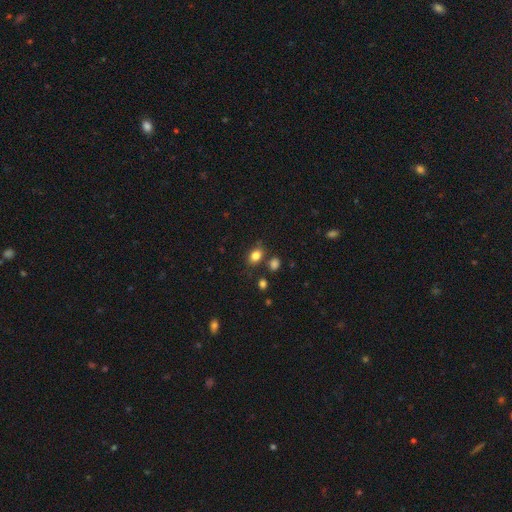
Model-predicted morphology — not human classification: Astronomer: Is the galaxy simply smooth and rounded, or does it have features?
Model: smooth — 83%.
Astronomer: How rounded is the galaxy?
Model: in between — 67%.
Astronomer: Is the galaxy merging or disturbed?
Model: none — 74%.